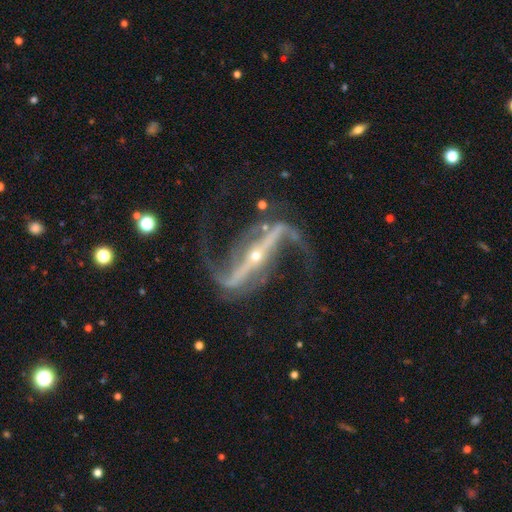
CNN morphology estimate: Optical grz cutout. It shows a featured or disk galaxy (93%) with a strong bar (81%), 2 (94%) loose (58%) spiral arms (98%) and a small central bulge (82%). Merging: none (72%).